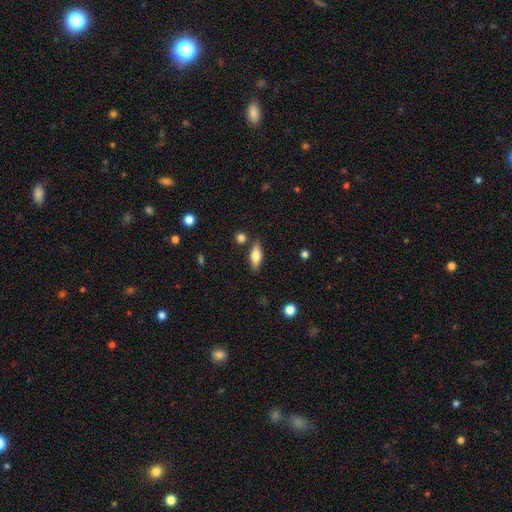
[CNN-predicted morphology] smooth_or_featured: smooth (p=0.64) [alt: featured or disk p=0.29]
how_rounded: in between (p=0.64) [alt: cigar-shaped p=0.32]
merging: none (p=0.82) [alt: minor disturbance p=0.11]